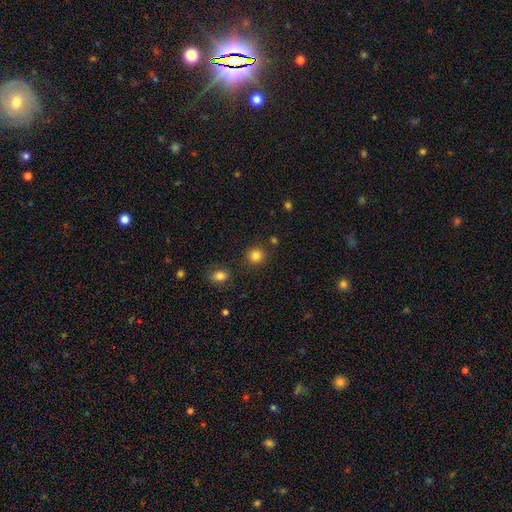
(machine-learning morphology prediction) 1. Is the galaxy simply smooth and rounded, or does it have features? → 84% smooth, 12% star or artifact, 4% featured or disk.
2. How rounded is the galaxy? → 90% round, 9% in between, 1% cigar-shaped.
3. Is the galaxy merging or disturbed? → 87% none, 7% minor disturbance, 4% merger, 3% major disturbance.